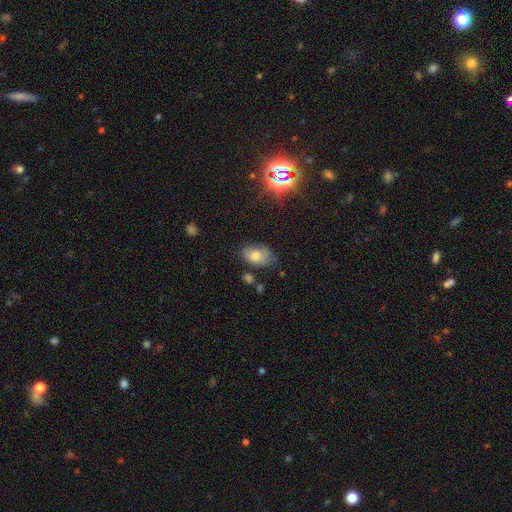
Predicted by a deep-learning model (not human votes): This appears to be a smooth galaxy with no disk features (71%) that is in between round and cigar-shaped (88%). Merging: none (62%).